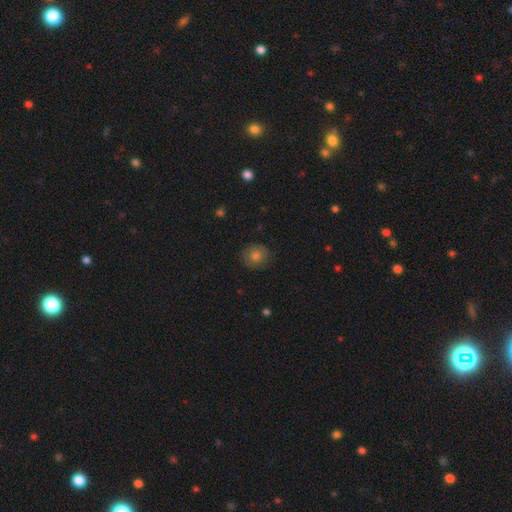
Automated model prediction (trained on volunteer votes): Smooth or featured? smooth (72%)
How rounded? round (84%)
Merging? none (86%)